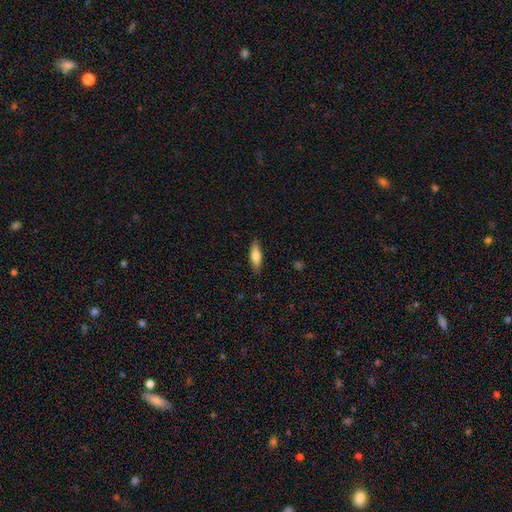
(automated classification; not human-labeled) Smooth or featured: smooth — 77% (featured or disk — 17%)
How rounded: in between — 58% (cigar-shaped — 39%)
Merging: none — 86% (minor disturbance — 10%)